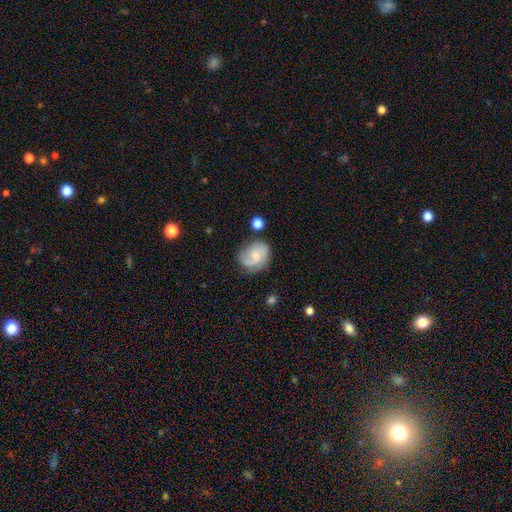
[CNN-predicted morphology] The model was most divided on "bulge size": small: 44%, moderate: 38%, none: 12%, large: 4%, dominant: 1%. Remaining: edge-on disk — no (98%); spiral arms — yes (92%); merging — none (65%); smooth or featured — featured or disk (64%); bar — no (62%); spiral arm count — 2 (56%); spiral winding — medium (44%).